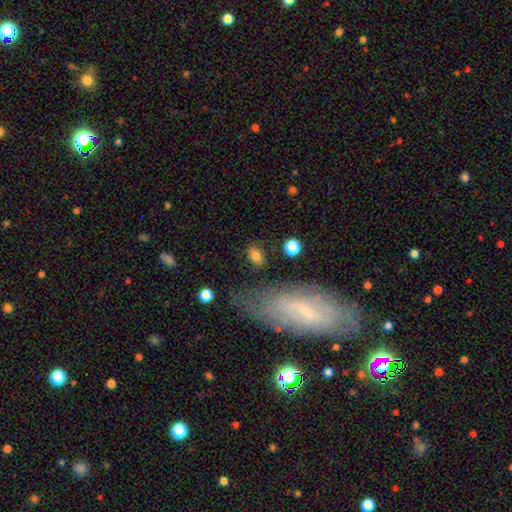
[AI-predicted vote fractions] smooth 78%, featured or disk 12%, star or artifact 10%. Down the decision tree: how rounded — in between (77%); merging — none (79%).